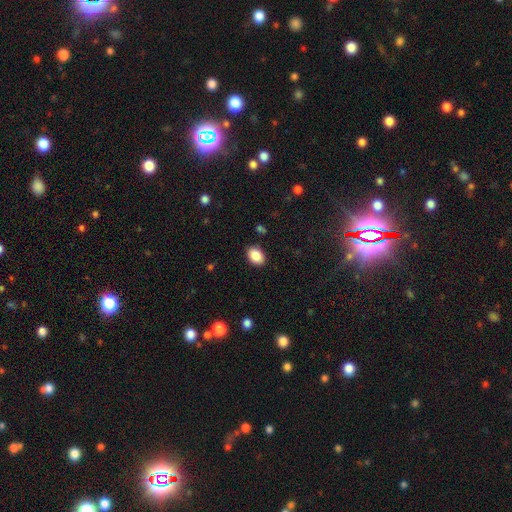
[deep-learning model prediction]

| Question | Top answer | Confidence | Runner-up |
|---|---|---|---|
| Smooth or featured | smooth | 87% | star or artifact (8%) |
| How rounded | in between | 80% | round (19%) |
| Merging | none | 88% | minor disturbance (9%) |